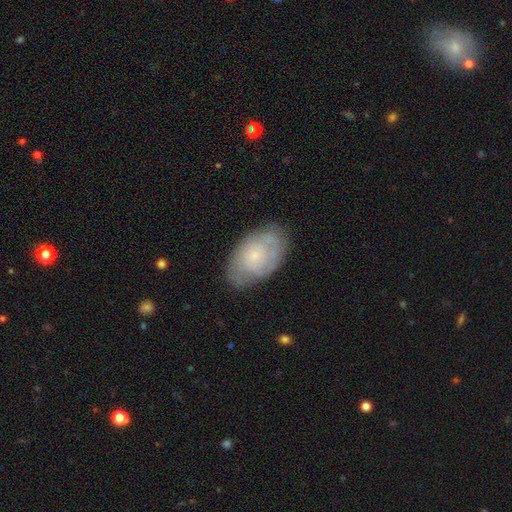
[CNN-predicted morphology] smooth_or_featured: featured or disk (p=0.61) [alt: smooth p=0.33]
disk_edge_on: no (p=0.96) [alt: yes p=0.04]
bar: no (p=0.82) [alt: weak p=0.16]
has_spiral_arms: yes (p=0.77) [alt: no p=0.23]
bulge_size: small (p=0.78) [alt: moderate p=0.15]
merging: none (p=0.72) [alt: minor disturbance p=0.20]